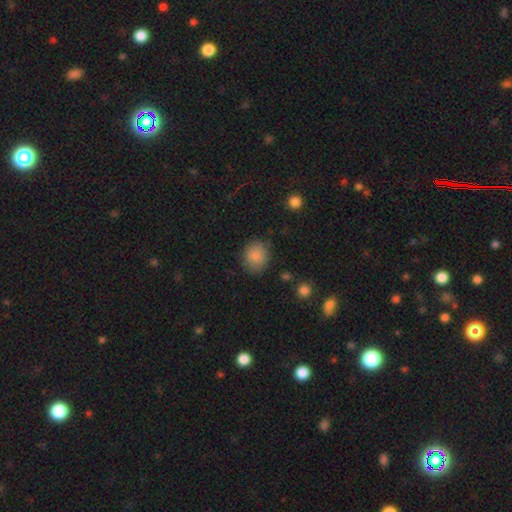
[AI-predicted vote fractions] The model was most divided on "how rounded": round: 74%, in between: 25%, cigar-shaped: 1%. More confident: smooth or featured — smooth (86%); merging — none (82%).